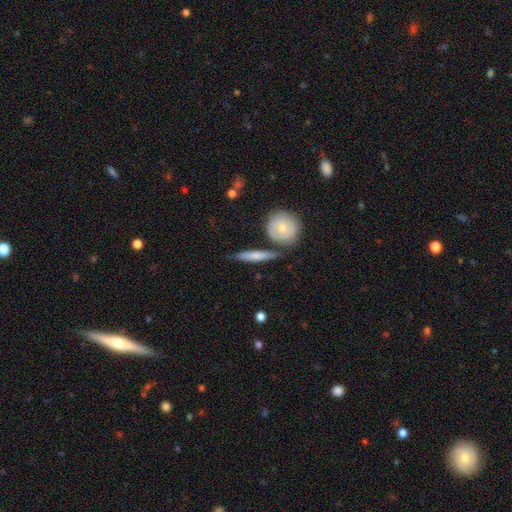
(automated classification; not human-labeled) Morphology: type=smooth (59%); roundness=cigar-shaped (77%); merging=none (74%).